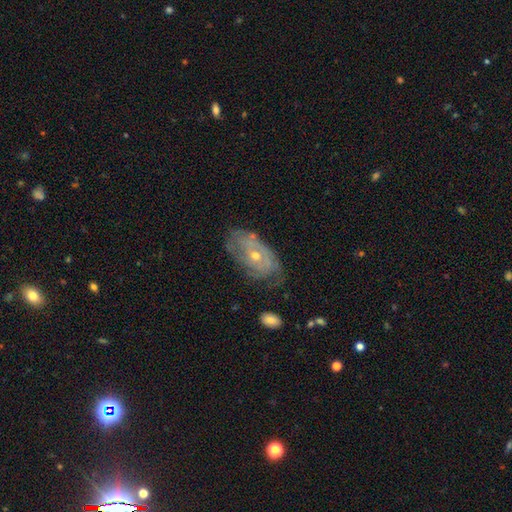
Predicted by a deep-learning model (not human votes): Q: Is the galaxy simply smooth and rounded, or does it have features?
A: featured or disk — 72%.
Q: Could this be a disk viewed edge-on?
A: no — 93%.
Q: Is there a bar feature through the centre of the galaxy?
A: no — 81%.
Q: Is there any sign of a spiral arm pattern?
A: yes — 73%.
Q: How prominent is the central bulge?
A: small — 53%.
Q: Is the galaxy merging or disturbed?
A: none — 59%.